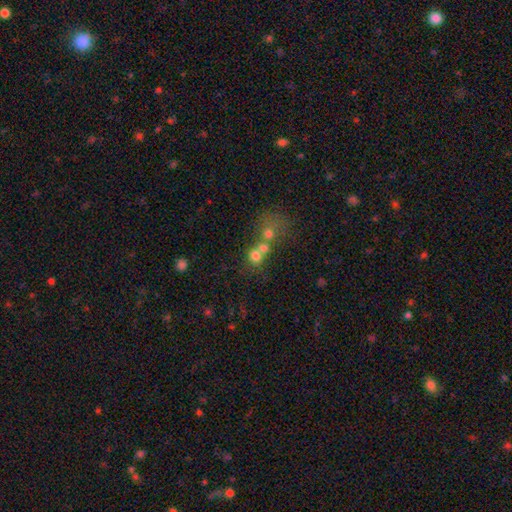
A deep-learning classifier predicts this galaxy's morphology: A smooth galaxy with no disk features (68%) that is round (82%).

Vote fractions:
- Smooth or featured? smooth: 68% / featured or disk: 16% / star or artifact: 16%
- How rounded? round: 82% / in between: 17% / cigar-shaped: 1%
- Merging? merger: 57% / none: 33% / minor disturbance: 6% / major disturbance: 4%